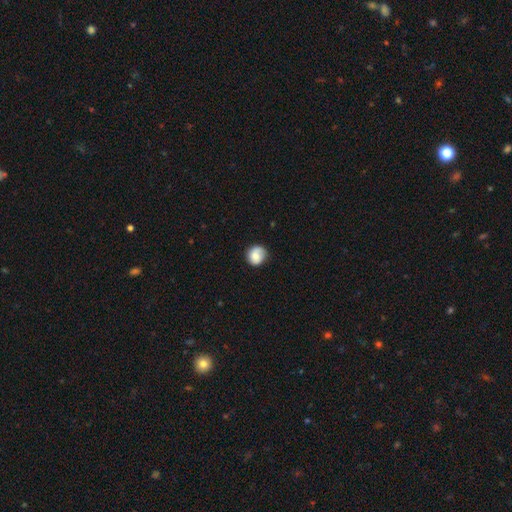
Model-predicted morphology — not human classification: Smooth or featured?
  - smooth: 69% *
  - featured or disk: 23%
  - star or artifact: 8%
How rounded?
  - round: 85% *
  - in between: 14%
  - cigar-shaped: 1%
Merging?
  - none: 76% *
  - minor disturbance: 18%
  - major disturbance: 5%
  - merger: 1%